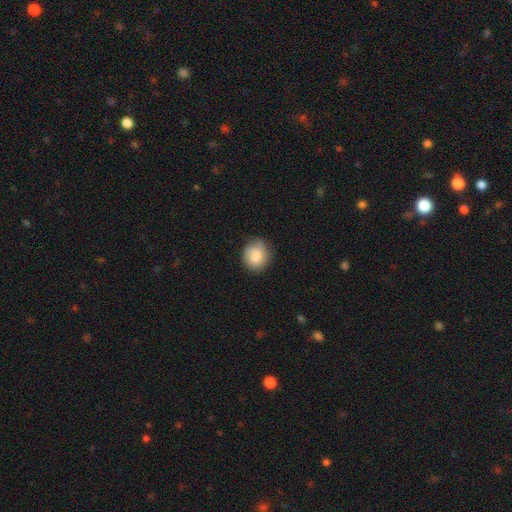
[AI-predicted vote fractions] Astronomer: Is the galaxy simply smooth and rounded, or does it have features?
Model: smooth — 83%.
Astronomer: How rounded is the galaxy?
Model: round — 76%.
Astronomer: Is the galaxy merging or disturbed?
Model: none — 71%.